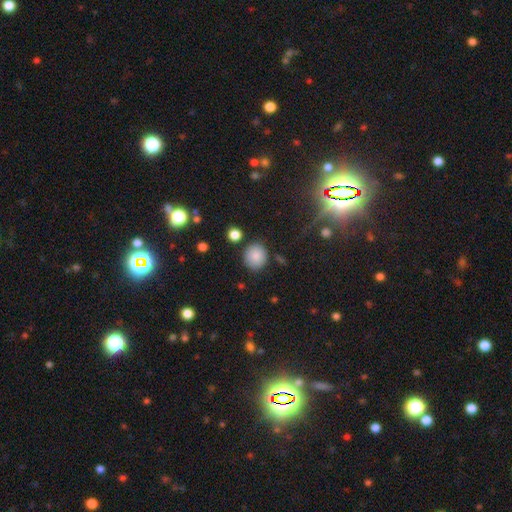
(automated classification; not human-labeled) This appears to be a smooth galaxy with no disk features (85%) that is round (83%). Merging: none (85%).